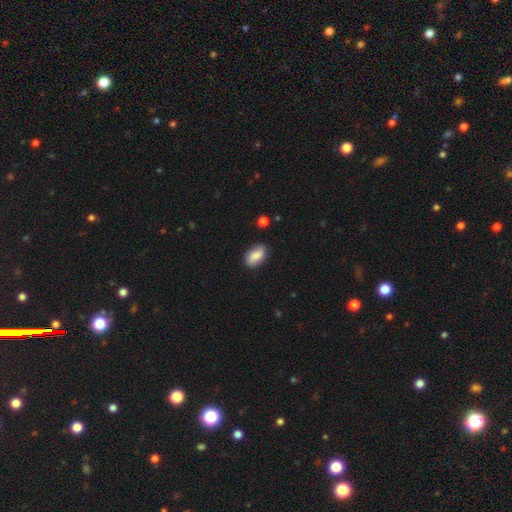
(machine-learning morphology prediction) Overall: smooth (81%). How rounded: in between (91%). Merging: none (83%).